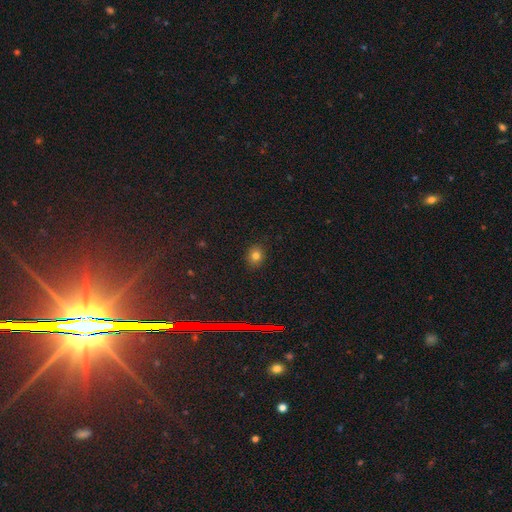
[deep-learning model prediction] Smooth or featured? smooth (77%)
How rounded? round (70%)
Merging? none (88%)